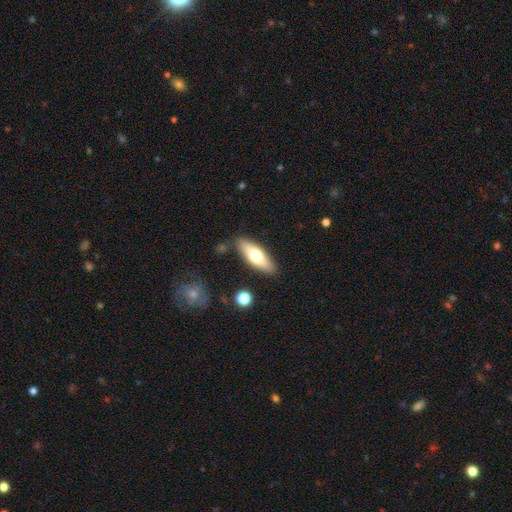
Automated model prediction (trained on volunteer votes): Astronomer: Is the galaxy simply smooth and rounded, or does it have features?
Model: smooth — 62%.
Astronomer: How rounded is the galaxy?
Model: in between — 61% (runner-up: cigar-shaped, 37%).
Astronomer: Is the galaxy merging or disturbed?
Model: none — 85%.